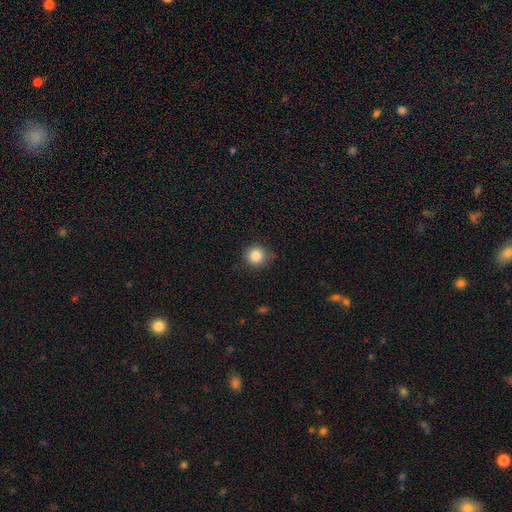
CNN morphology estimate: Overall: smooth (86%). How rounded: round (93%). Merging: none (85%).